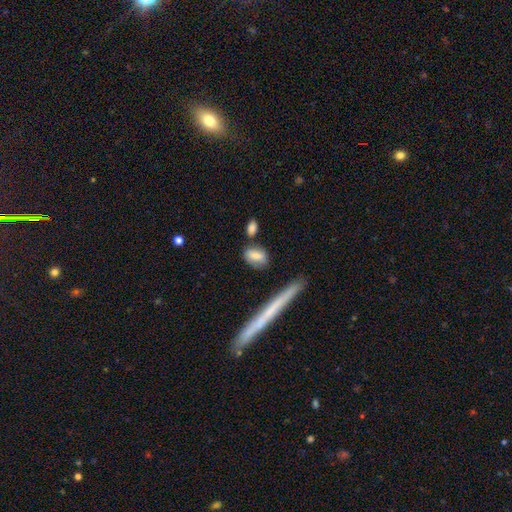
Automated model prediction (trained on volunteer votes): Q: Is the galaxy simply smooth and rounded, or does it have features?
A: smooth — 77%.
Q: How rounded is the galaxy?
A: in between — 75%.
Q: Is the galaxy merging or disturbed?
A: none — 73%.